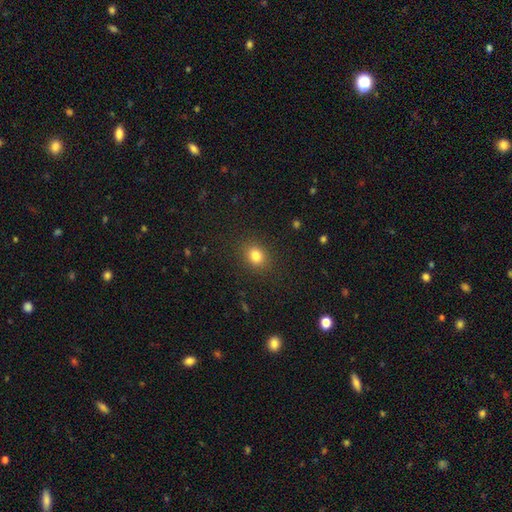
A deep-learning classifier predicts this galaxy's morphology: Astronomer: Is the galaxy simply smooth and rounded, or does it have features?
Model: smooth — 82%.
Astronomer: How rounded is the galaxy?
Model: round — 58% (runner-up: in between, 41%).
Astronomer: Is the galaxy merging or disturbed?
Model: none — 87%.